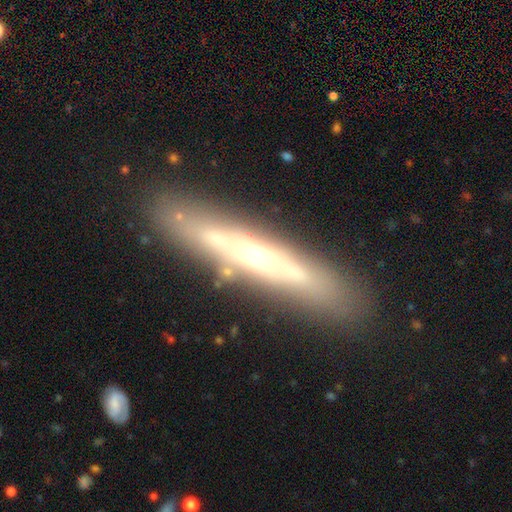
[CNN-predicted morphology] smooth-or-featured: featured or disk: 70% | smooth: 23% | star or artifact: 7%
  disk-edge-on: yes: 67% | no: 33%
  merging: none: 81% | minor disturbance: 12% | major disturbance: 4% | merger: 3%